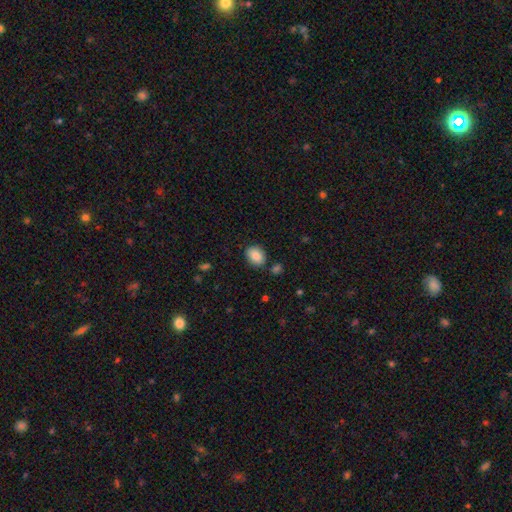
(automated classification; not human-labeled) Morphology: type=smooth (87%); roundness=in between (69%); merging=none (82%).